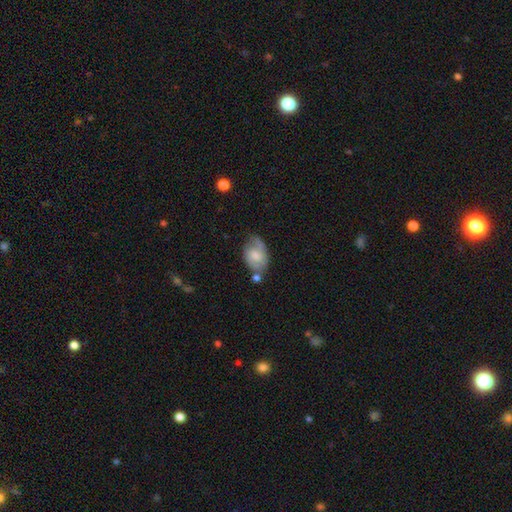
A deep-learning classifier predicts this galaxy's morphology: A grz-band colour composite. It shows a smooth galaxy with no disk features (50%) that is in between round and cigar-shaped (84%). Merging: none (54%).